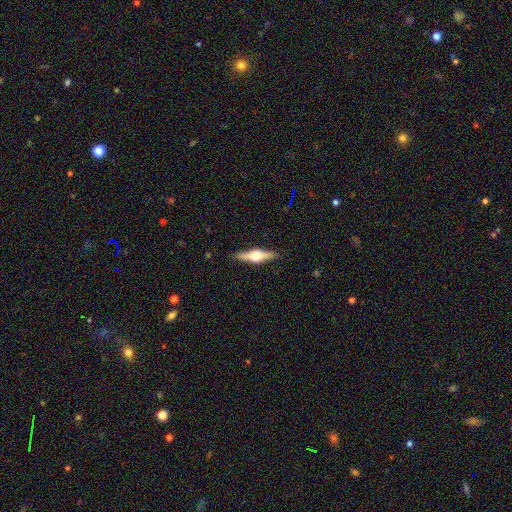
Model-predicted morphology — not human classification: This is likely a featured or disk galaxy (70%). It is clearly viewed edge-on (97%). Edge-on bulge: clearly rounded (96%). Merging: clearly none (90%).